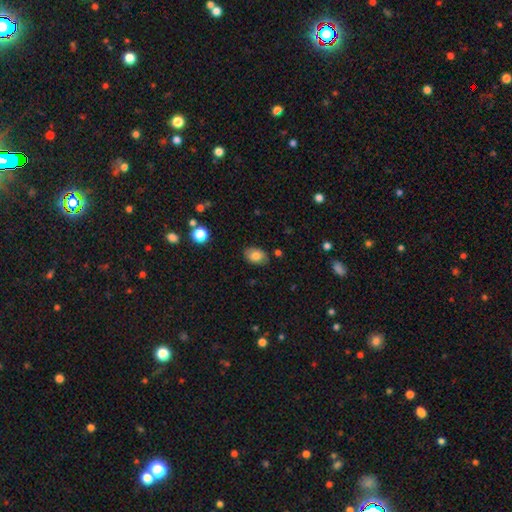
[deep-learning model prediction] Smooth or featured? smooth (81%)
How rounded? in between (83%)
Merging? none (81%)